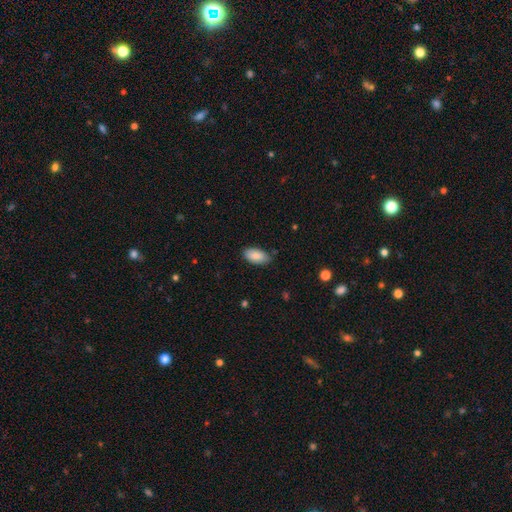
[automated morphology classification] The model was most divided on "merging": none: 79%, minor disturbance: 17%, major disturbance: 3%, merger: 1%. More confident: how rounded — in between (94%); smooth or featured — smooth (87%).